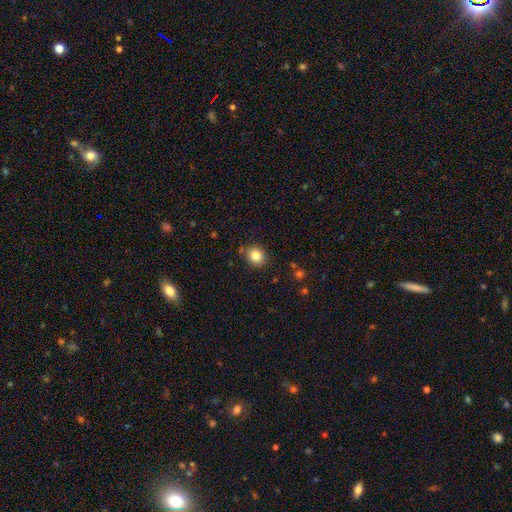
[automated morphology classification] A smooth galaxy with no disk features (83%) that is round (80%).

Vote fractions:
- Smooth or featured? smooth: 83% / star or artifact: 11% / featured or disk: 6%
- How rounded? round: 80% / in between: 19% / cigar-shaped: 1%
- Merging? none: 83% / minor disturbance: 11% / merger: 3% / major disturbance: 3%